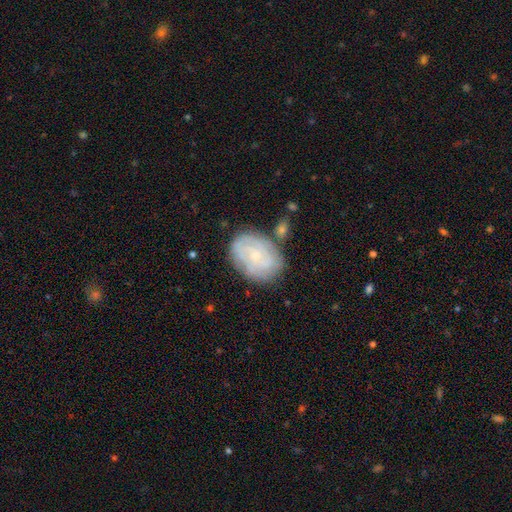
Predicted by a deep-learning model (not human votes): featured or disk 63%, smooth 29%, star or artifact 7%. Down the decision tree: edge-on disk — no (97%); bar — no (77%); spiral arms — yes (79%); bulge size — small (71%); merging — none (68%).